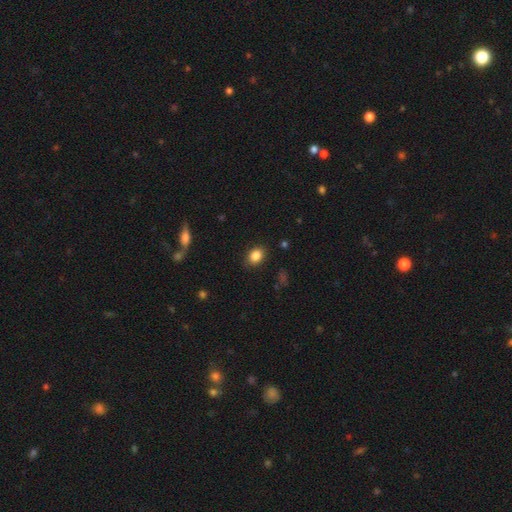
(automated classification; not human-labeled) Smooth or featured? Predicted: smooth (p=0.85). How rounded? Predicted: in between (p=0.64). Merging? Predicted: none (p=0.85).